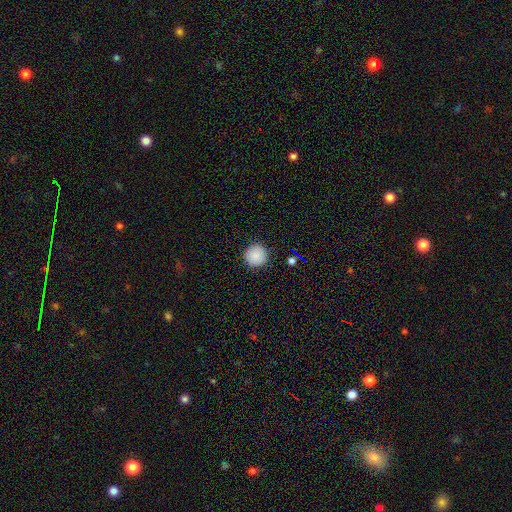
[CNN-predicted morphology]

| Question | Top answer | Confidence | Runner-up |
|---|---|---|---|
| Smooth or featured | smooth | 86% | star or artifact (8%) |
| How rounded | round | 96% | in between (3%) |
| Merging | none | 92% | minor disturbance (6%) |